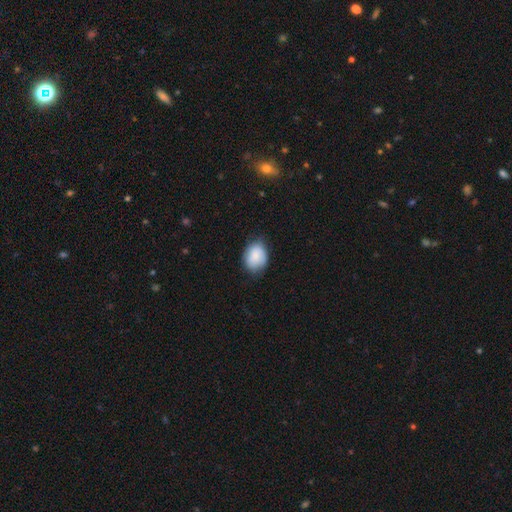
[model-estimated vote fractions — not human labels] The model was most divided on "how rounded": in between: 56%, round: 43%, cigar-shaped: 1%. More confident: smooth or featured — smooth (83%); merging — none (70%).